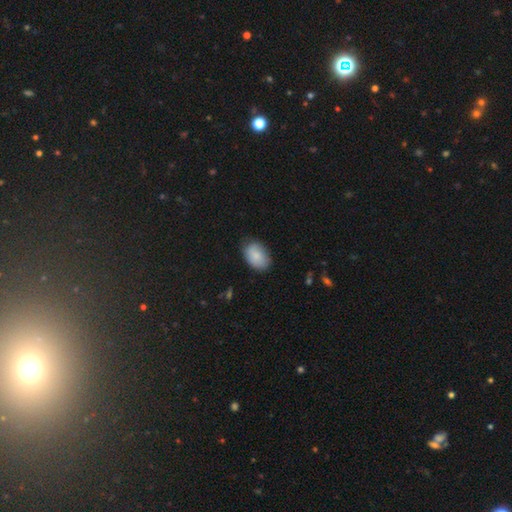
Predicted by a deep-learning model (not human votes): A smooth galaxy with no disk features (83%) that is in between round and cigar-shaped (87%). Merging: none (76%).